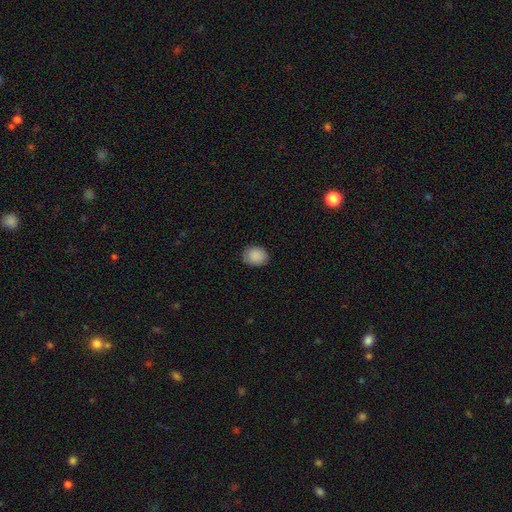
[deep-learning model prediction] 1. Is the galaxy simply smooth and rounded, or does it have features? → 89% smooth, 8% star or artifact, 3% featured or disk.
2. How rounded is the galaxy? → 54% in between, 45% round, 1% cigar-shaped.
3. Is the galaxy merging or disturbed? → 84% none, 12% minor disturbance, 3% major disturbance, 1% merger.